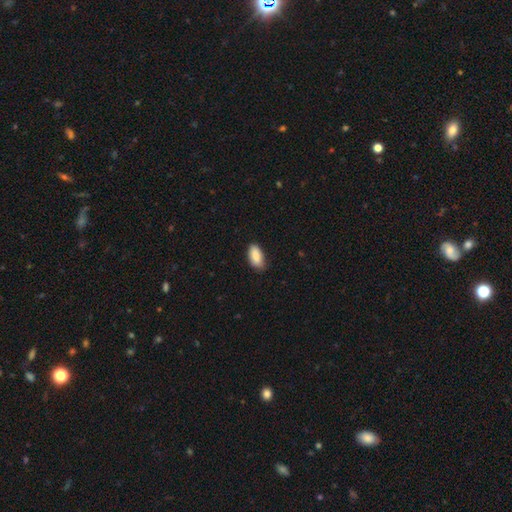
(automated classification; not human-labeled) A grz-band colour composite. It shows a smooth galaxy with no disk features (89%) that is in between round and cigar-shaped (92%). Merging: none (75%).